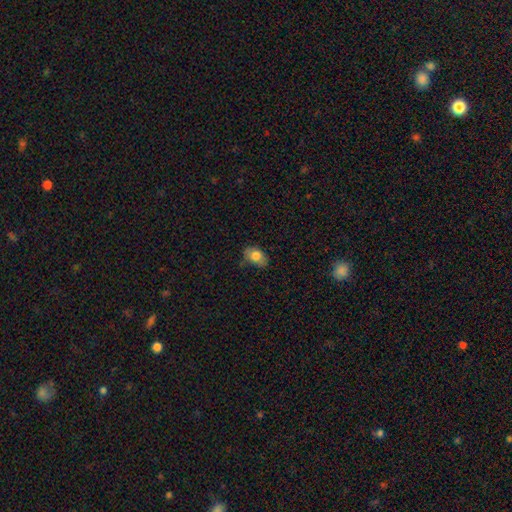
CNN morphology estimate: This appears to be a smooth galaxy with no disk features (80%) that is in between round and cigar-shaped (85%). Merging: none (70%).